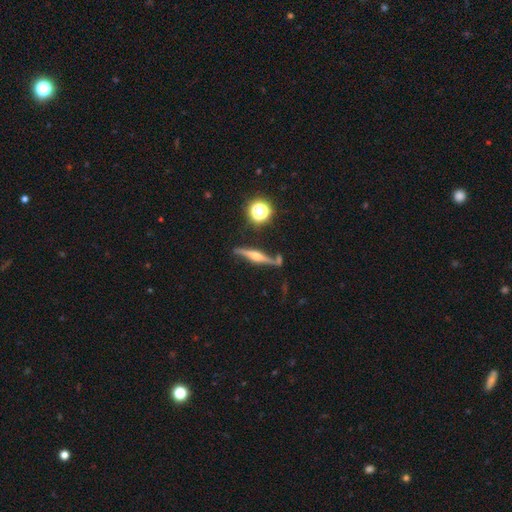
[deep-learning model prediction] The model was most divided on "smooth or featured": featured or disk: 76%, smooth: 15%, star or artifact: 9%. More confident: edge-on disk — yes (94%); edge-on bulge — rounded (89%); merging — none (77%).